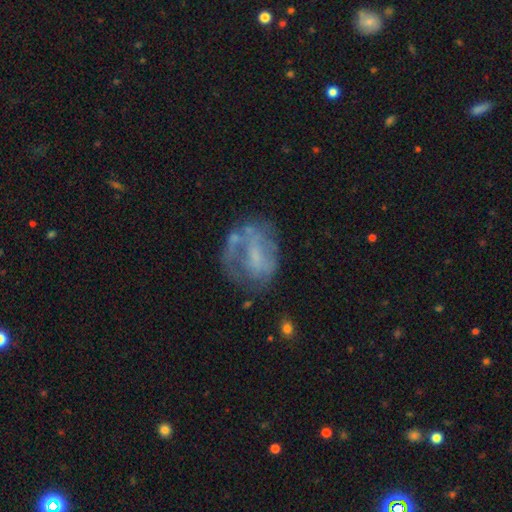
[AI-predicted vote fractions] smooth_or_featured: featured or disk (p=0.60) [alt: smooth p=0.29]
disk_edge_on: no (p=0.96) [alt: yes p=0.04]
bar: no (p=0.53) [alt: weak p=0.34]
has_spiral_arms: no (p=0.59) [alt: yes p=0.41]
bulge_size: none (p=0.43) [alt: small p=0.30]
merging: none (p=0.46) [alt: major disturbance p=0.24]